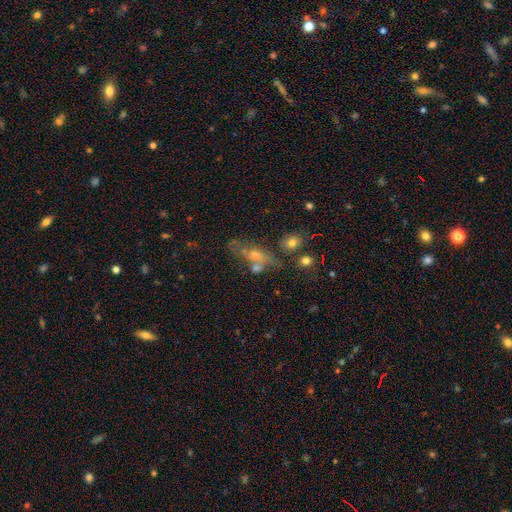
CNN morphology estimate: Smooth or featured?
  - smooth: 46% *
  - featured or disk: 38%
  - star or artifact: 16%
Merging?
  - none: 37% *
  - merger: 26%
  - minor disturbance: 20%
  - major disturbance: 18%